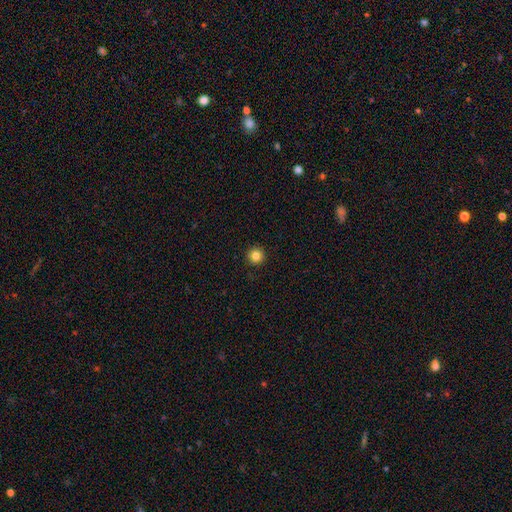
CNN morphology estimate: This is clearly a smooth galaxy (84%). How rounded: clearly round (96%). Merging: clearly none (93%).